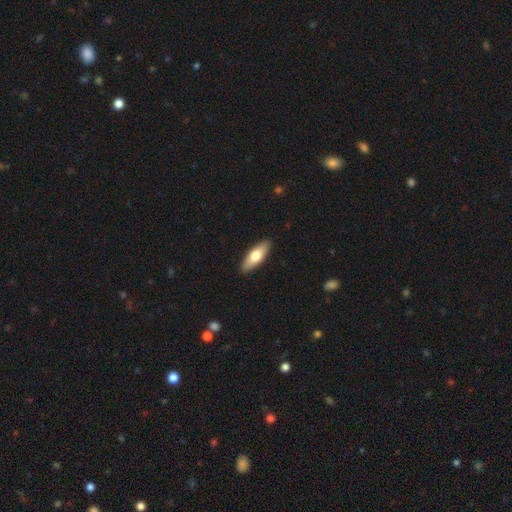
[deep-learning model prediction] A smooth galaxy with no disk features (68%) that is in between round and cigar-shaped (59%).

Vote fractions:
- Smooth or featured? smooth: 68% / featured or disk: 27% / star or artifact: 5%
- How rounded? in between: 59% / cigar-shaped: 39% / round: 2%
- Merging? none: 90% / minor disturbance: 7% / major disturbance: 2% / merger: 1%